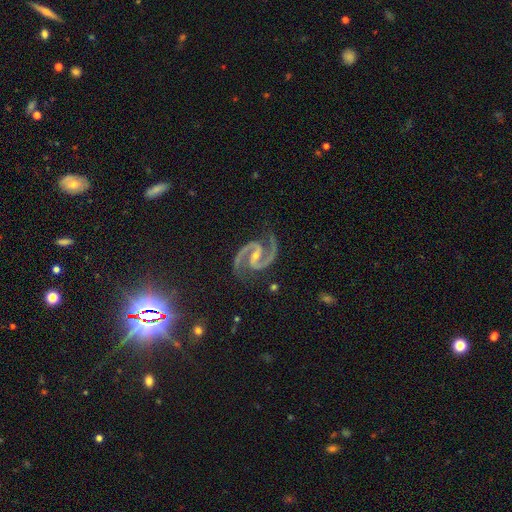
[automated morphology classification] This is clearly a featured or disk galaxy (94%). It is clearly not viewed edge-on (98%). Bar: marginally weak (39%). Spiral arm pattern: clearly yes (99%). Spiral arm count: clearly 2 (95%). Spiral winding: likely medium (70%). Central bulge: likely small (67%). Merging: clearly none (83%).